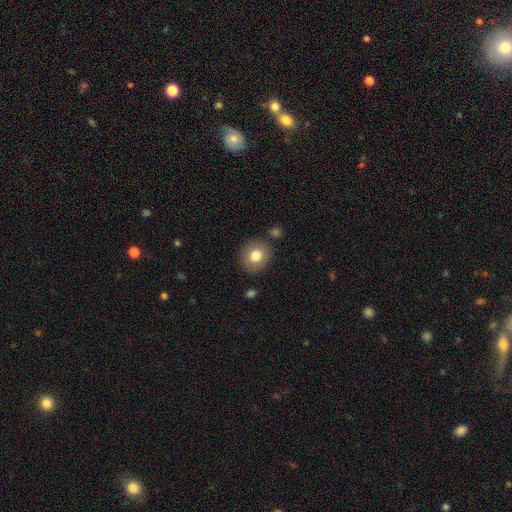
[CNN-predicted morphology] Smooth or featured? Predicted: smooth (p=0.80). How rounded? Predicted: round (p=0.81). Merging? Predicted: none (p=0.85).